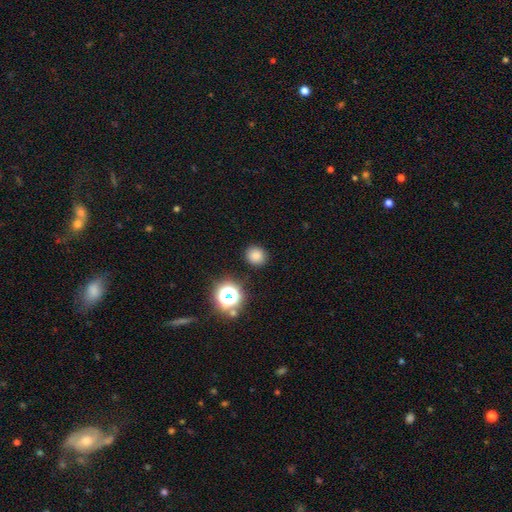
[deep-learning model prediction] smooth 79%, star or artifact 16%, featured or disk 5%. Down the decision tree: how rounded — round (83%); merging — none (88%).